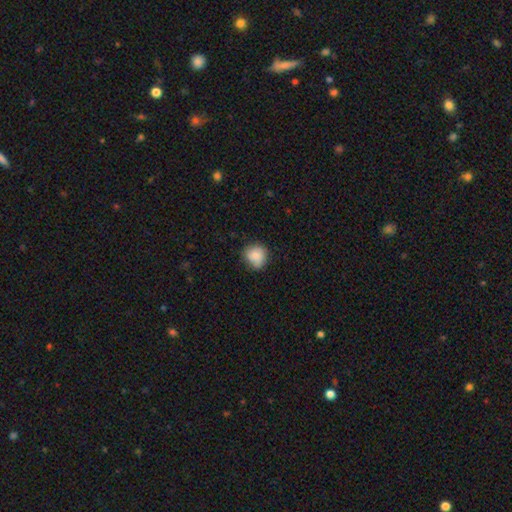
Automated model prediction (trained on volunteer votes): Smooth or featured: smooth — 85% (star or artifact — 8%)
How rounded: round — 81% (in between — 18%)
Merging: none — 69% (minor disturbance — 25%)